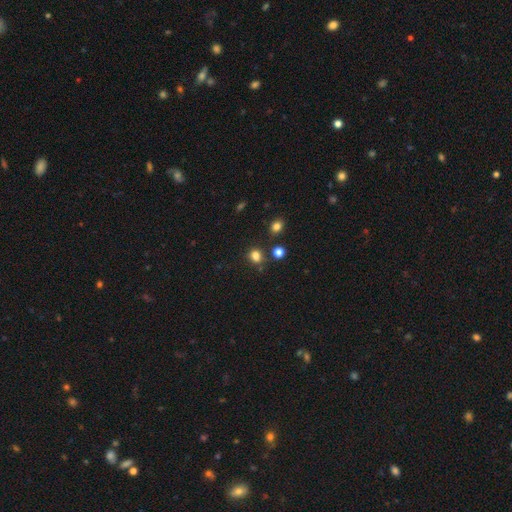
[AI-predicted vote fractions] smooth-or-featured: smooth: 79% | star or artifact: 16% | featured or disk: 5%
  how-rounded: round: 58% | in between: 41% | cigar-shaped: 1%
  merging: none: 70% | minor disturbance: 14% | merger: 11% | major disturbance: 5%